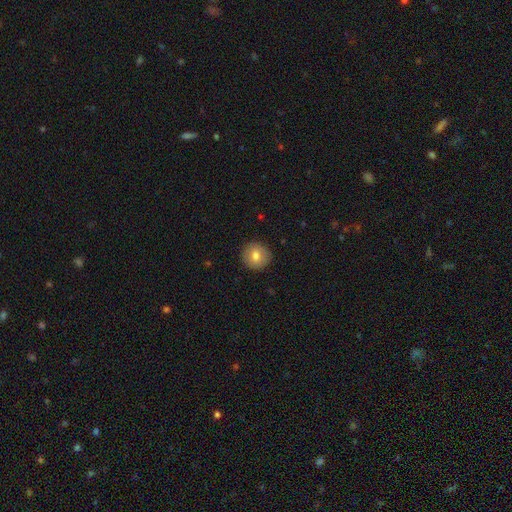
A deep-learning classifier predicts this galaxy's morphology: type=smooth (76%); roundness=round (91%); merging=none (90%).